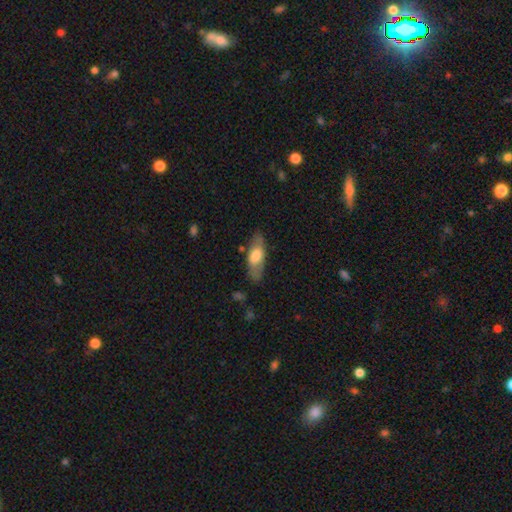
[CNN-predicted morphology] smooth 62%, featured or disk 32%, star or artifact 6%. Down the decision tree: how rounded — in between (70%); merging — none (78%).